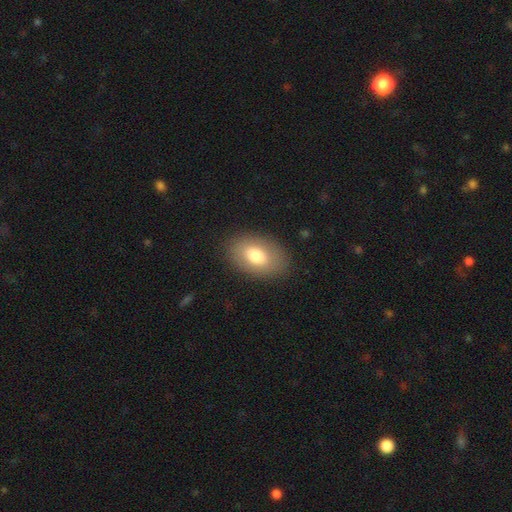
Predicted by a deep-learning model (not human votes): smooth 76%, featured or disk 17%, star or artifact 8%. Down the decision tree: how rounded — in between (88%); merging — none (85%).